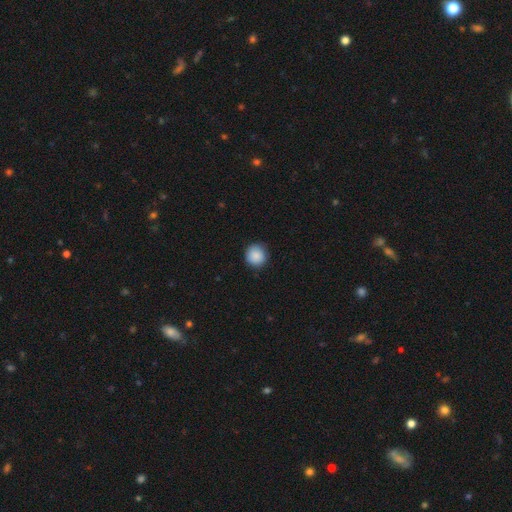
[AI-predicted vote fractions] Smooth or featured? smooth (88%)
How rounded? round (93%)
Merging? none (86%)